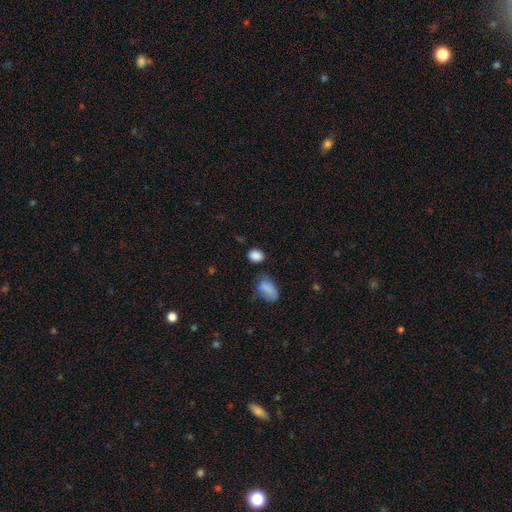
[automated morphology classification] This is clearly a smooth galaxy (86%). How rounded: possibly in between (55%). Merging: likely none (75%).